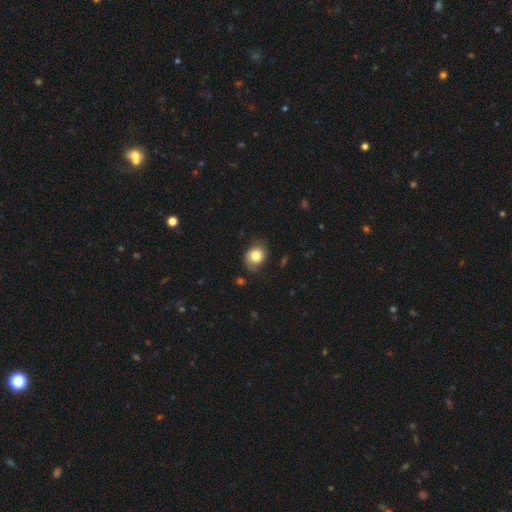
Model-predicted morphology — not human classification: A smooth galaxy with no disk features (80%) that is round (51%).

Vote fractions:
- Smooth or featured? smooth: 80% / featured or disk: 11% / star or artifact: 9%
- How rounded? round: 51% / in between: 48% / cigar-shaped: 1%
- Merging? none: 71% / minor disturbance: 22% / major disturbance: 5% / merger: 1%